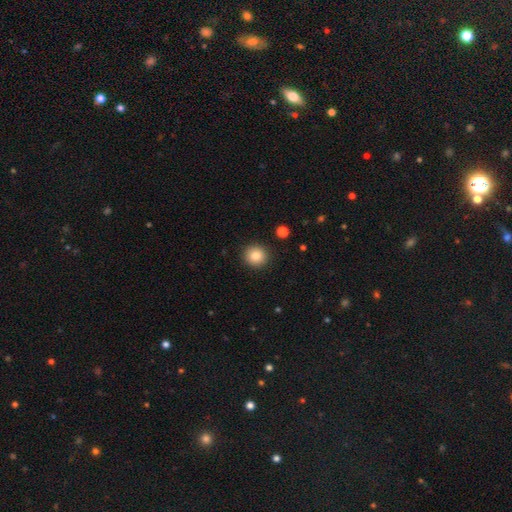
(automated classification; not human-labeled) This is clearly a smooth galaxy (85%). How rounded: clearly round (90%). Merging: clearly none (92%).